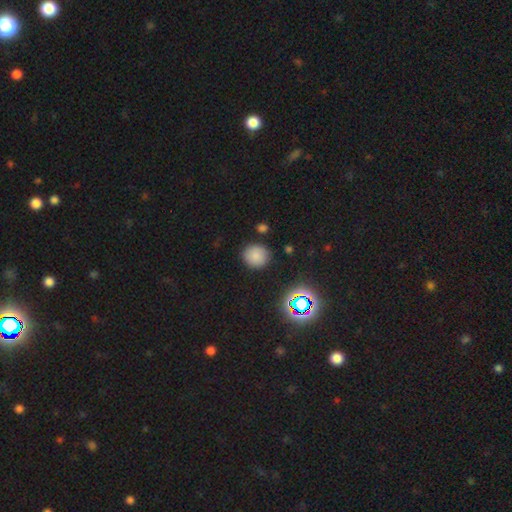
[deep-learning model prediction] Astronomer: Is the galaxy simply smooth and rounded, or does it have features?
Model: smooth — 79%.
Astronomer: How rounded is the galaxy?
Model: round — 90%.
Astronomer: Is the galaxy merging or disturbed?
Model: none — 87%.